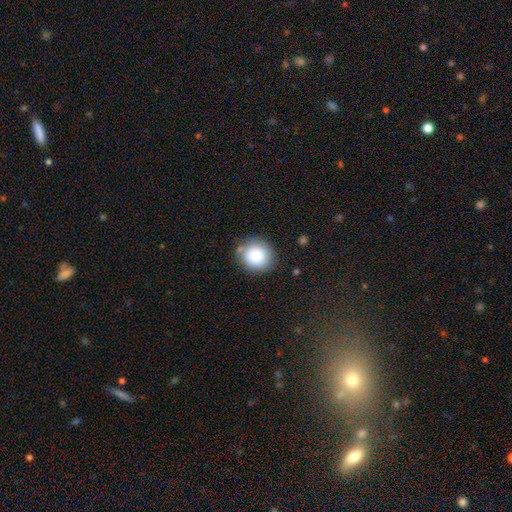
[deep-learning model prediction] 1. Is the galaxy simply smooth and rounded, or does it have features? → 85% smooth, 8% star or artifact, 7% featured or disk.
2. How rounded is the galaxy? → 82% round, 17% in between, 1% cigar-shaped.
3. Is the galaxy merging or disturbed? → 77% none, 15% minor disturbance, 4% major disturbance, 3% merger.